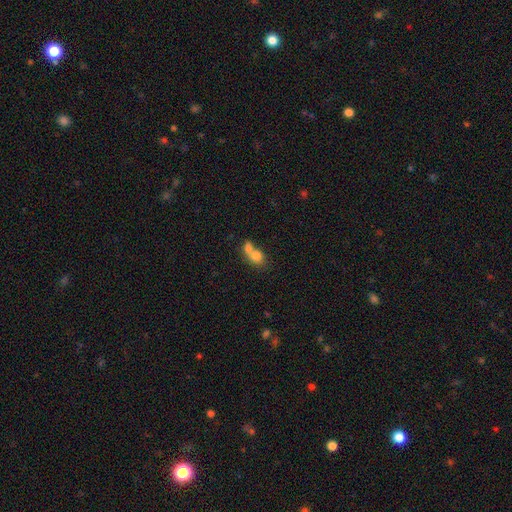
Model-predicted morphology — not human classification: Smooth or featured? Predicted: smooth (p=0.76). How rounded? Predicted: round (p=0.59). Merging? Predicted: merger (p=0.65).